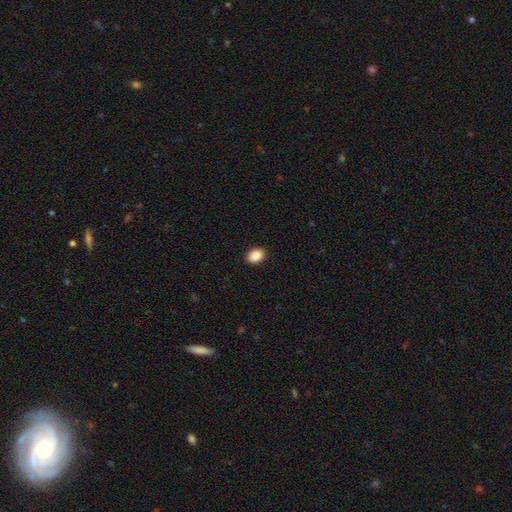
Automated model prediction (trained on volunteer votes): smooth-or-featured: smooth: 90% | star or artifact: 8% | featured or disk: 2%
  how-rounded: in between: 73% | round: 26% | cigar-shaped: 1%
  merging: none: 90% | minor disturbance: 7% | major disturbance: 2% | merger: 1%